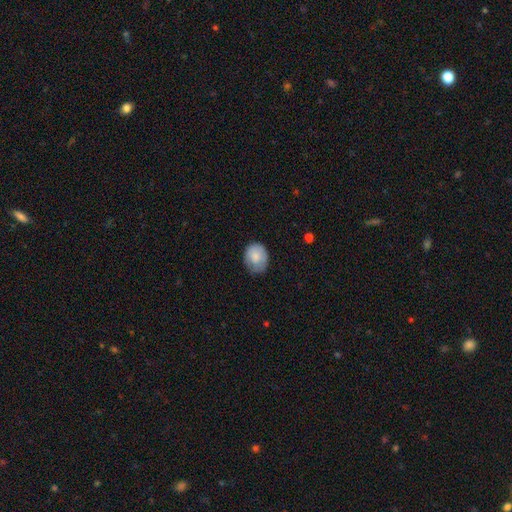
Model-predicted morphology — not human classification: Smooth or featured? smooth (79%)
How rounded? round (51%)
Merging? none (65%)